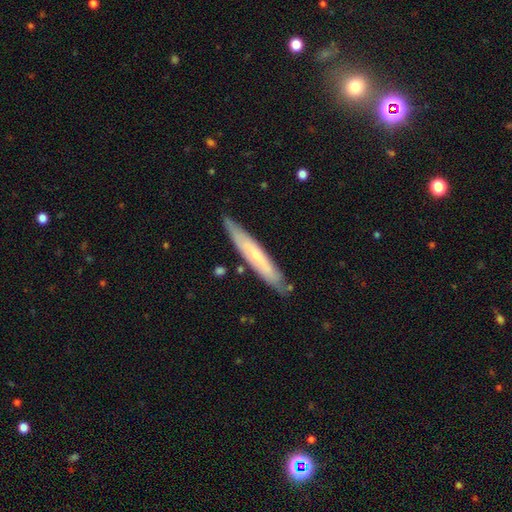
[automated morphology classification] Smooth or featured? smooth (47%, tied with featured or disk)
Merging? none (83%)